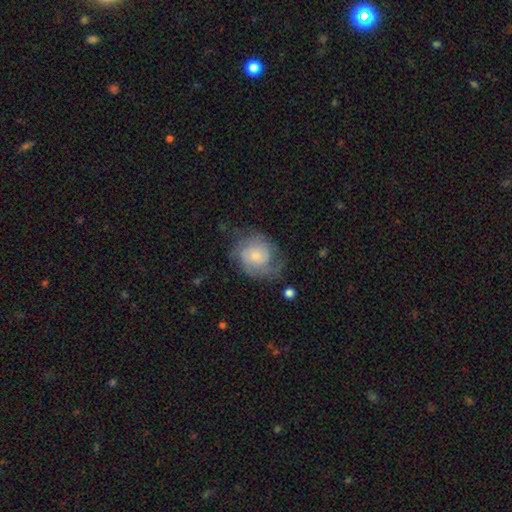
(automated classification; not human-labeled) Smooth or featured? Predicted: featured or disk (p=0.52). Edge-on disk? Predicted: no (p=0.97). Bar? Predicted: no (p=0.78). Spiral arms? Predicted: yes (p=0.81). Bulge size? Predicted: small (p=0.59). Merging? Predicted: none (p=0.49).